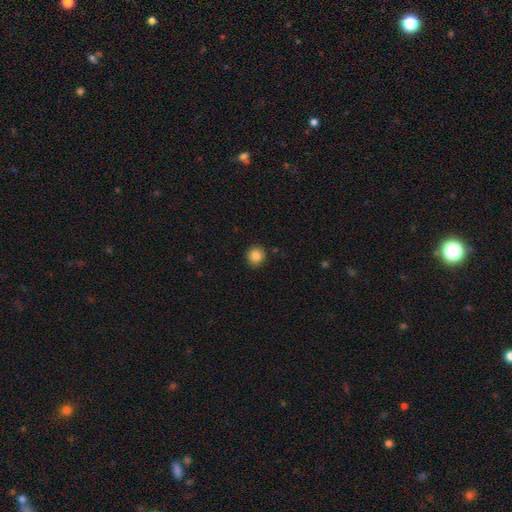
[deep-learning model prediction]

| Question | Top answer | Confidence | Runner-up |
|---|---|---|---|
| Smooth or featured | smooth | 86% | star or artifact (10%) |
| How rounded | round | 91% | in between (8%) |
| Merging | none | 90% | minor disturbance (7%) |